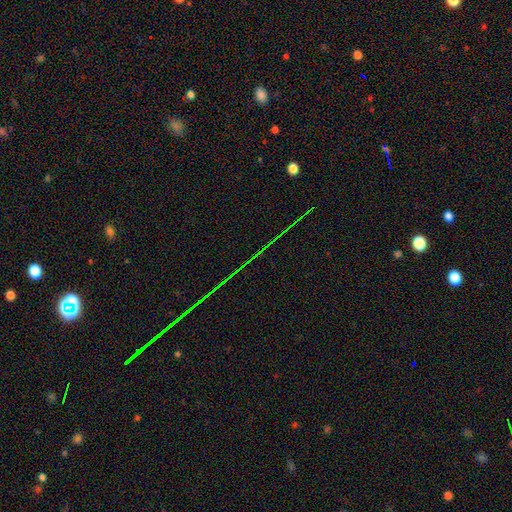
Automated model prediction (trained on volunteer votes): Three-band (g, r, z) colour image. It shows a star or artifact, not a galaxy (81%).